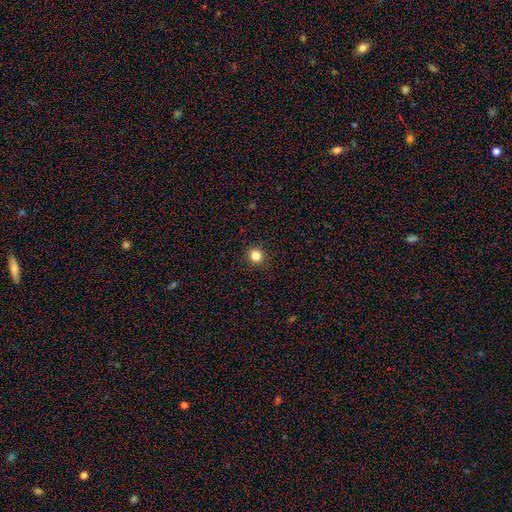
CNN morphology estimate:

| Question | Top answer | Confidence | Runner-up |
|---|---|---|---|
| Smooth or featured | smooth | 83% | star or artifact (13%) |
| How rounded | round | 92% | in between (8%) |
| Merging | none | 91% | minor disturbance (6%) |